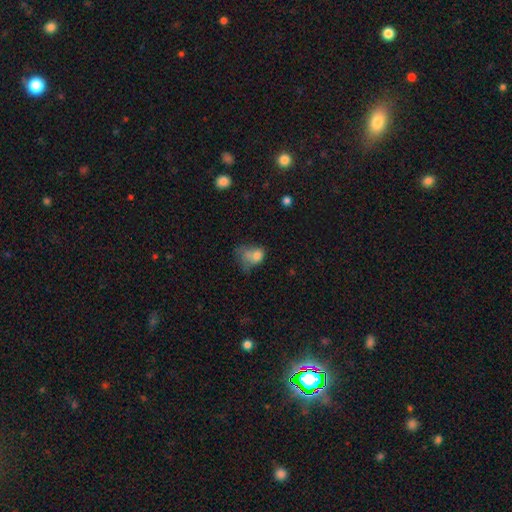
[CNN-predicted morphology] smooth-or-featured: smooth: 69% | featured or disk: 19% | star or artifact: 12%
  how-rounded: in between: 67% | round: 32% | cigar-shaped: 1%
  merging: major disturbance: 37% | minor disturbance: 22% | merger: 21% | none: 21%